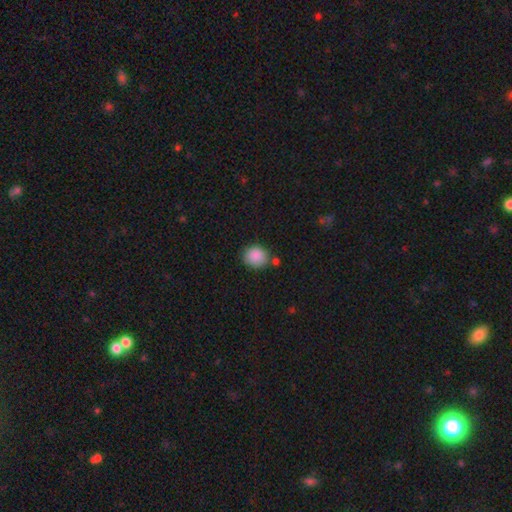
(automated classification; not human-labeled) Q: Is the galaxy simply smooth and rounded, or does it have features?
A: smooth — 88%.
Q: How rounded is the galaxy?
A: round — 69%.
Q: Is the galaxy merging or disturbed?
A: none — 74%.